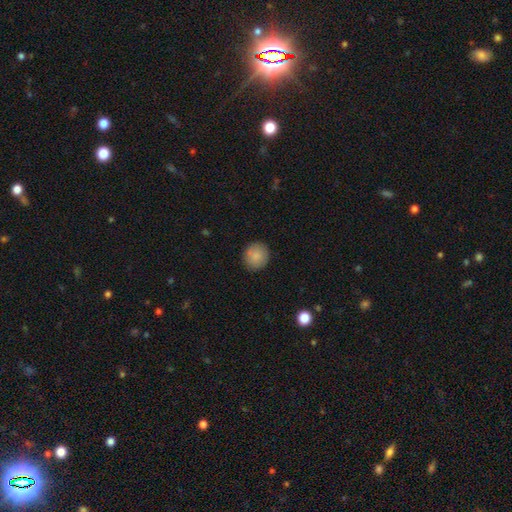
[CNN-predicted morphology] Q: Smooth or featured?
A: smooth (86%); runner-up: star or artifact (8%)
Q: How rounded?
A: round (87%); runner-up: in between (12%)
Q: Merging?
A: none (89%); runner-up: minor disturbance (8%)